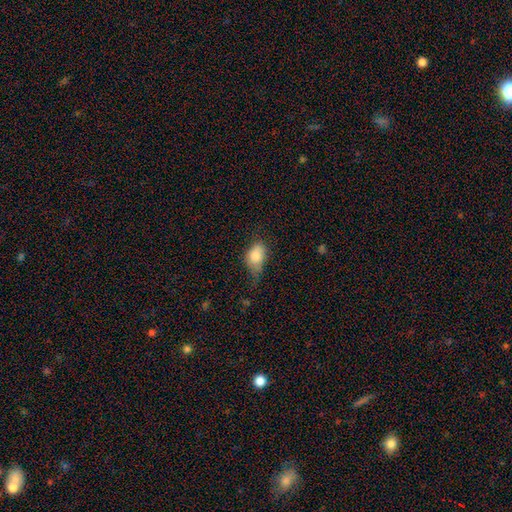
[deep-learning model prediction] Overall: smooth (82%). How rounded: in between (82%). Merging: minor disturbance (44%; none 31%).